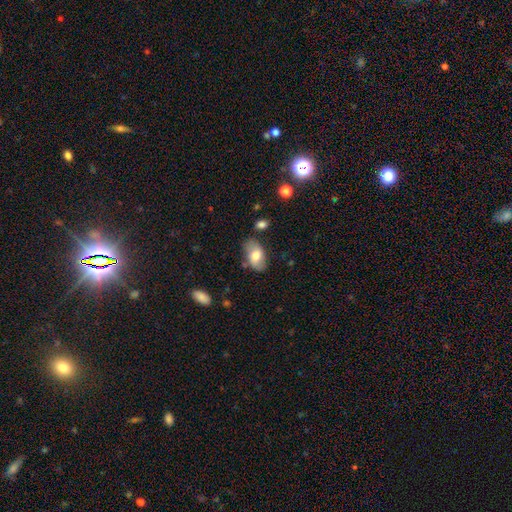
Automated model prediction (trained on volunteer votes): A smooth galaxy with no disk features (63%) that is in between round and cigar-shaped (93%).

Vote fractions:
- Smooth or featured? smooth: 63% / featured or disk: 31% / star or artifact: 7%
- How rounded? in between: 93% / round: 5% / cigar-shaped: 2%
- Merging? none: 73% / minor disturbance: 19% / major disturbance: 5% / merger: 4%